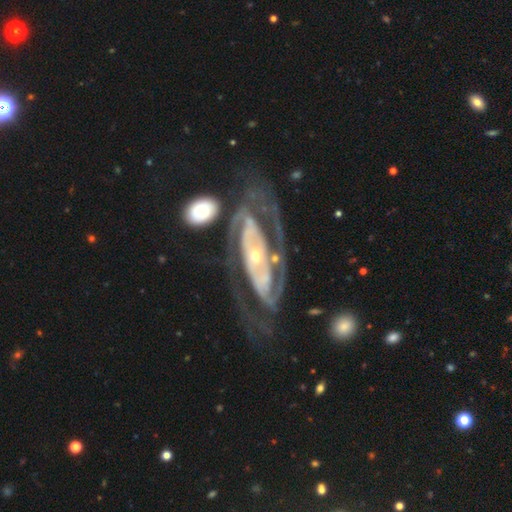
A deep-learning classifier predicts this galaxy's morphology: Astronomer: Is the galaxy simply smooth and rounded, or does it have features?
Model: featured or disk — 89%.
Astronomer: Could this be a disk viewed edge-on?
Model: no — 92%.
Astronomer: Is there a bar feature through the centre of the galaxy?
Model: no — 53%.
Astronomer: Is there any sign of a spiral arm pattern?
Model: yes — 90%.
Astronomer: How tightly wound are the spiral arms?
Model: tight — 54% (runner-up: medium, 35%).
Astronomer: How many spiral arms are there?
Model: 2 — 71%.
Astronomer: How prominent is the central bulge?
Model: small — 65%.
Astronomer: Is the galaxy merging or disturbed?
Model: none — 62%.